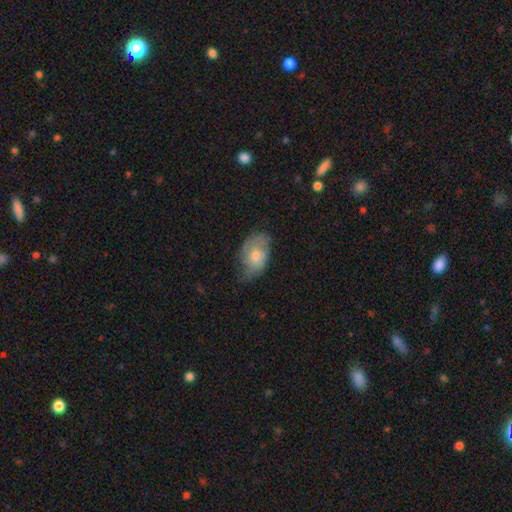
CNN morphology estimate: smooth_or_featured: smooth (p=0.55) [alt: featured or disk p=0.37]
how_rounded: in between (p=0.87) [alt: round p=0.11]
merging: none (p=0.54) [alt: minor disturbance p=0.35]